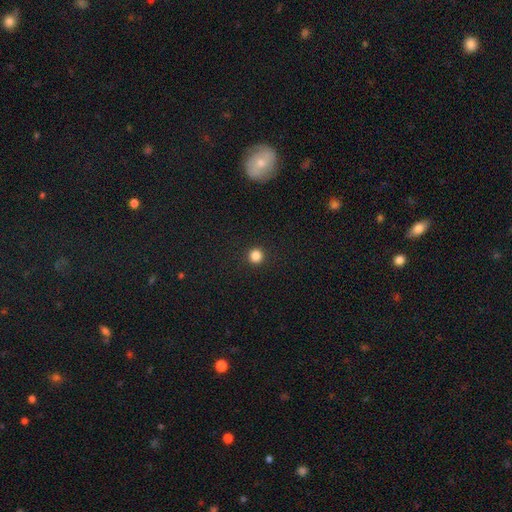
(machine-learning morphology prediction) A smooth galaxy with no disk features (85%) that is round (94%).

Vote fractions:
- Smooth or featured? smooth: 85% / star or artifact: 12% / featured or disk: 3%
- How rounded? round: 94% / in between: 5% / cigar-shaped: 1%
- Merging? none: 93% / minor disturbance: 5% / major disturbance: 2% / merger: 1%